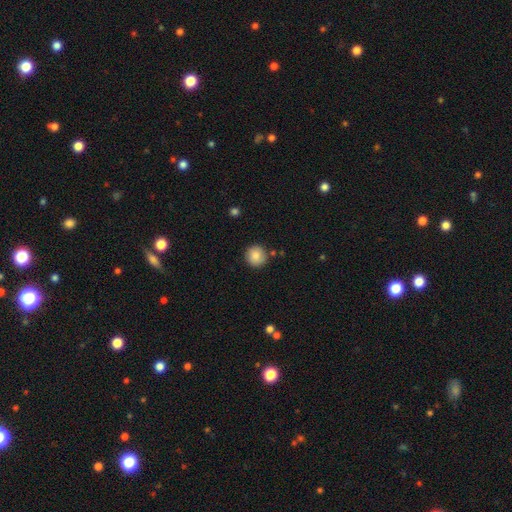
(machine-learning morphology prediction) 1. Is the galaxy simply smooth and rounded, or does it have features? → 84% smooth, 9% star or artifact, 7% featured or disk.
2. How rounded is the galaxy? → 94% round, 5% in between, 1% cigar-shaped.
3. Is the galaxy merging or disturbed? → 88% none, 8% minor disturbance, 3% merger, 2% major disturbance.